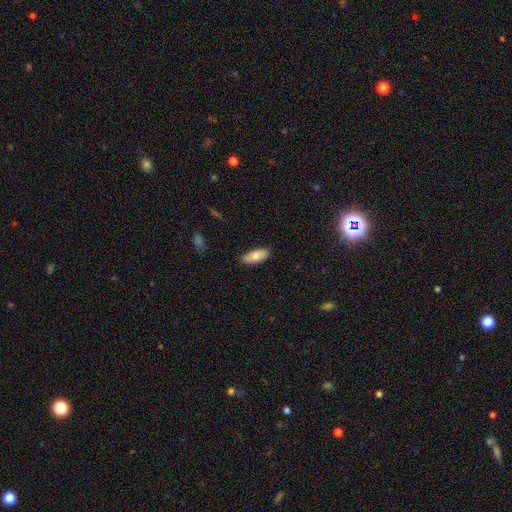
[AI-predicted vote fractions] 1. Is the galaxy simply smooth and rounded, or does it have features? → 80% smooth, 14% featured or disk, 6% star or artifact.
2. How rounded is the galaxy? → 77% in between, 20% cigar-shaped, 2% round.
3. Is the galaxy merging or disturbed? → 86% none, 11% minor disturbance, 2% major disturbance, 1% merger.